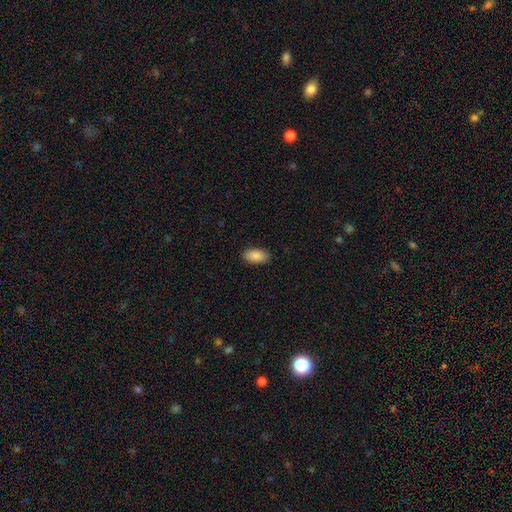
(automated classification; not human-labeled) This appears to be a smooth galaxy with no disk features (88%) that is in between round and cigar-shaped (94%). Merging: none (89%).